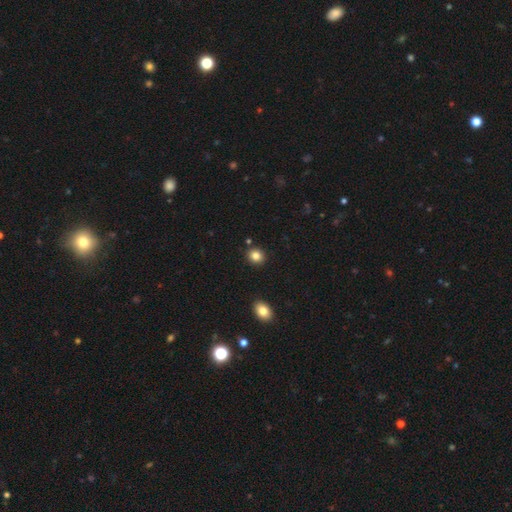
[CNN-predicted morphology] smooth_or_featured: smooth (p=0.85) [alt: star or artifact p=0.10]
how_rounded: round (p=0.78) [alt: in between p=0.21]
merging: none (p=0.88) [alt: minor disturbance p=0.07]